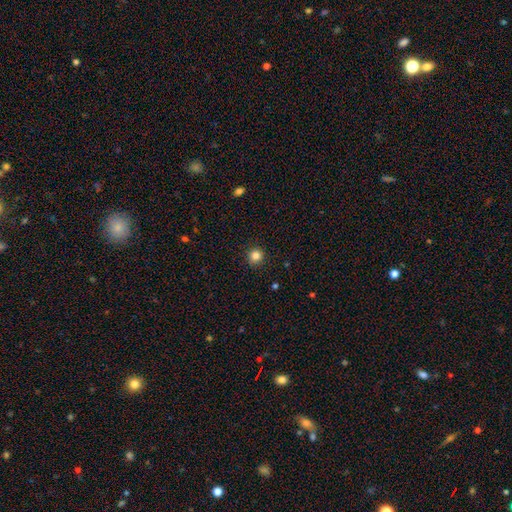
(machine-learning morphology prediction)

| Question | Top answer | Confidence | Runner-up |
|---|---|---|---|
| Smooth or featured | smooth | 84% | star or artifact (12%) |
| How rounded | round | 94% | in between (5%) |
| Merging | none | 92% | minor disturbance (6%) |